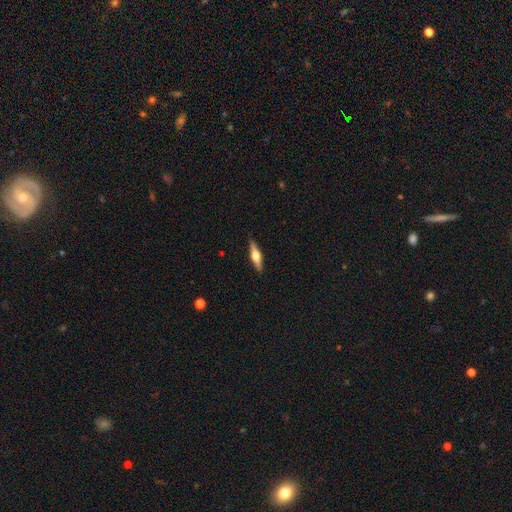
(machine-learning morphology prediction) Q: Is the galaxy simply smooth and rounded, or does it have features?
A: featured or disk — 63%.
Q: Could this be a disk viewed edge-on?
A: yes — 97%.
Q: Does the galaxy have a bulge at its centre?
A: rounded — 93%.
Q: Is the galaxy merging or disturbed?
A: none — 90%.